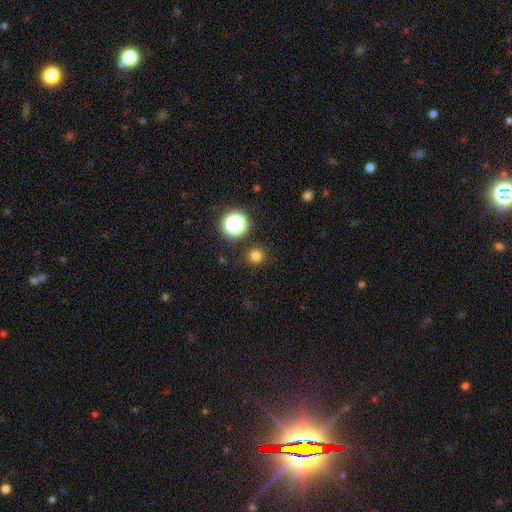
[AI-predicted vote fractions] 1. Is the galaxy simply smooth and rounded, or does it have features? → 77% smooth, 19% star or artifact, 4% featured or disk.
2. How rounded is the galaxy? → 94% round, 5% in between, 1% cigar-shaped.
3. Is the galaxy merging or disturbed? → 90% none, 6% minor disturbance, 3% major disturbance, 2% merger.